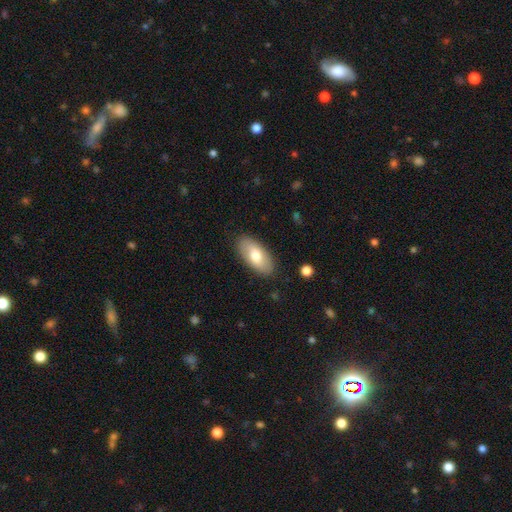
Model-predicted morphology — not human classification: The model was most divided on "smooth or featured": smooth: 72%, featured or disk: 22%, star or artifact: 6%. More confident: how rounded — in between (92%); merging — none (87%).